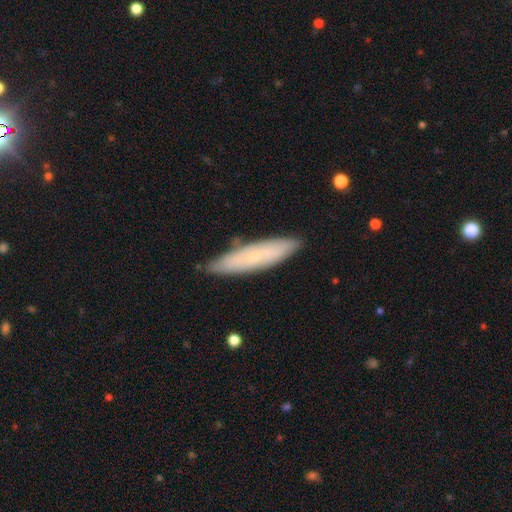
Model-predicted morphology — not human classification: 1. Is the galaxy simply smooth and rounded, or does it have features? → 51% smooth, 41% featured or disk, 8% star or artifact.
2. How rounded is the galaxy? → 76% cigar-shaped, 23% in between, 2% round.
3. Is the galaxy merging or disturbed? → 82% none, 14% minor disturbance, 2% major disturbance, 2% merger.